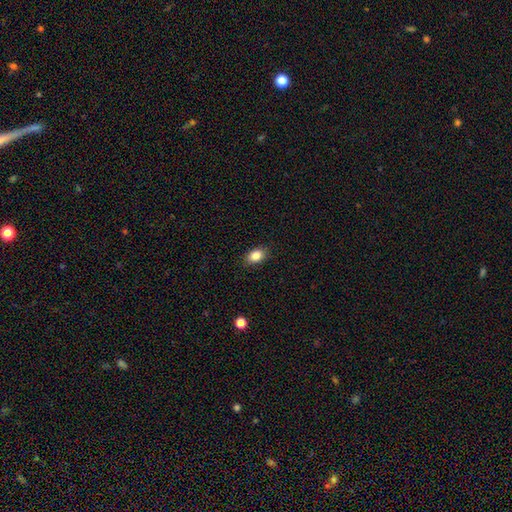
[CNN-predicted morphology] Smooth or featured?
  - smooth: 85% *
  - star or artifact: 9%
  - featured or disk: 6%
How rounded?
  - in between: 85% *
  - round: 13%
  - cigar-shaped: 2%
Merging?
  - none: 88% *
  - minor disturbance: 9%
  - major disturbance: 2%
  - merger: 1%